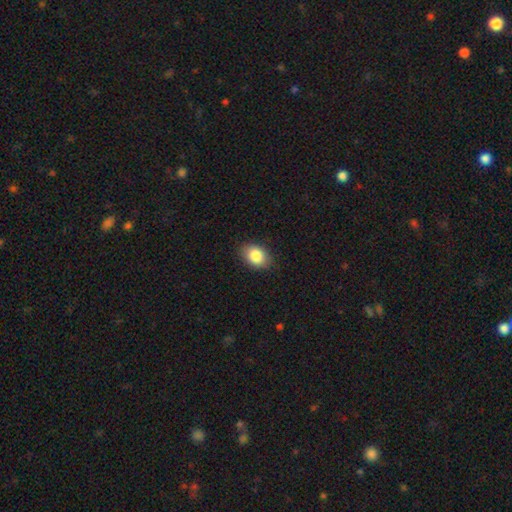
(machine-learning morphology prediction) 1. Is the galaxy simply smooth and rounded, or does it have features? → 85% smooth, 8% star or artifact, 6% featured or disk.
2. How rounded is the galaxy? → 75% in between, 24% round, 1% cigar-shaped.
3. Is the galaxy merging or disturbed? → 86% none, 11% minor disturbance, 2% major disturbance, 1% merger.